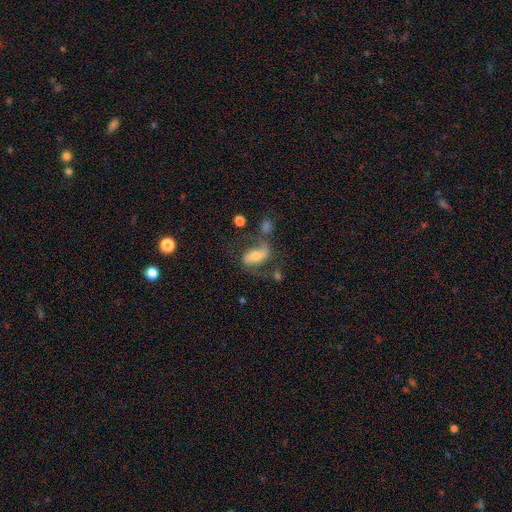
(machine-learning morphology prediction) featured or disk 68%, smooth 23%, star or artifact 9%. Down the decision tree: edge-on disk — no (93%); bar — strong (40%); spiral arms — yes (87%); spiral arm count — 2 (86%); spiral winding — loose (51%); bulge size — moderate (58%); merging — none (50%).